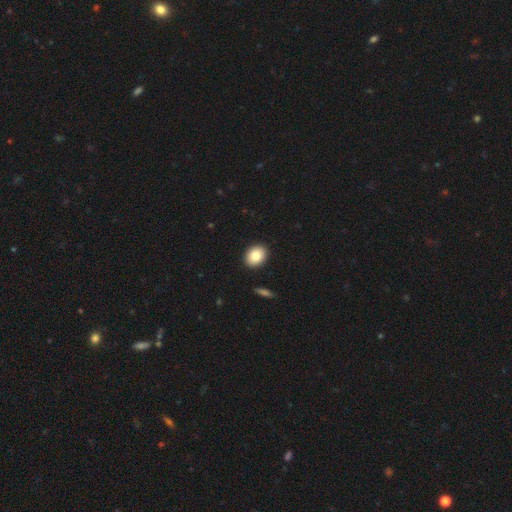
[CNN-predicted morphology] smooth_or_featured: smooth (p=0.83) [alt: featured or disk p=0.09]
how_rounded: in between (p=0.58) [alt: round p=0.40]
merging: none (p=0.91) [alt: minor disturbance p=0.06]